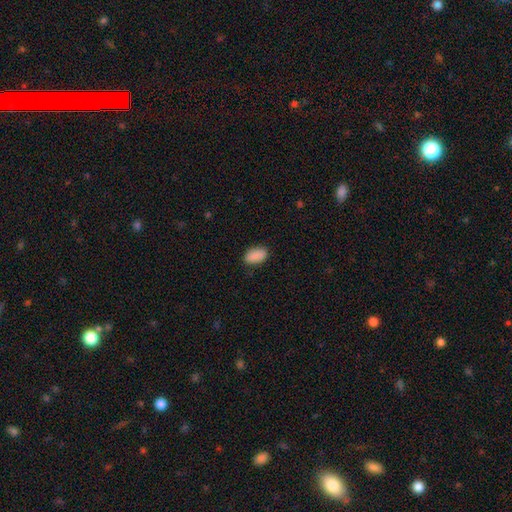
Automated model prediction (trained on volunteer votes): A smooth galaxy with no disk features (90%) that is in between round and cigar-shaped (93%).

Vote fractions:
- Smooth or featured? smooth: 90% / star or artifact: 7% / featured or disk: 3%
- How rounded? in between: 93% / round: 4% / cigar-shaped: 3%
- Merging? none: 87% / minor disturbance: 10% / major disturbance: 2% / merger: 1%